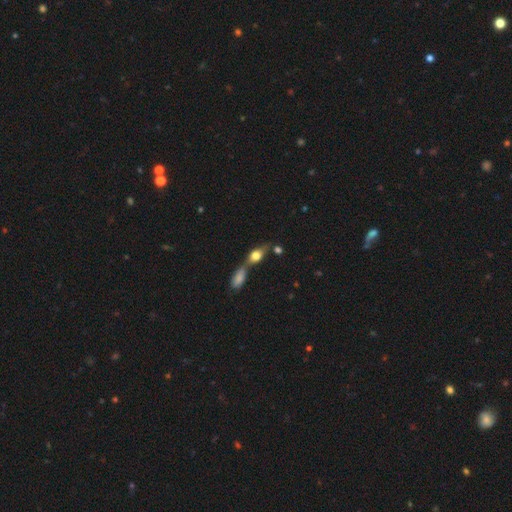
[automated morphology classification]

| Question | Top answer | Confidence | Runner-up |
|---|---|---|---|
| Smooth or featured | smooth | 58% | featured or disk (32%) |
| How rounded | in between | 68% | cigar-shaped (19%) |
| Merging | merger | 52% | none (34%) |